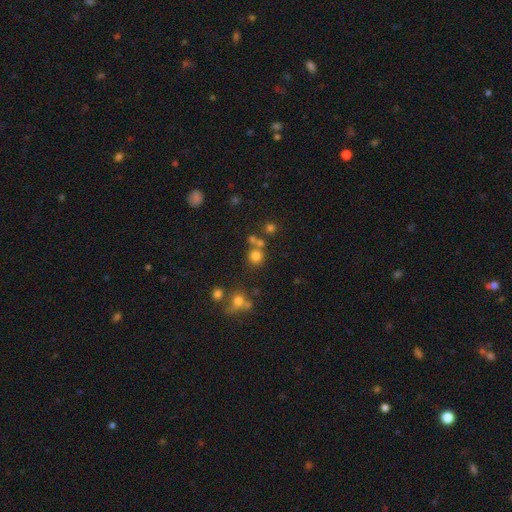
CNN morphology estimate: This is likely a smooth galaxy (73%). How rounded: clearly round (88%). Merging: likely none (64%).